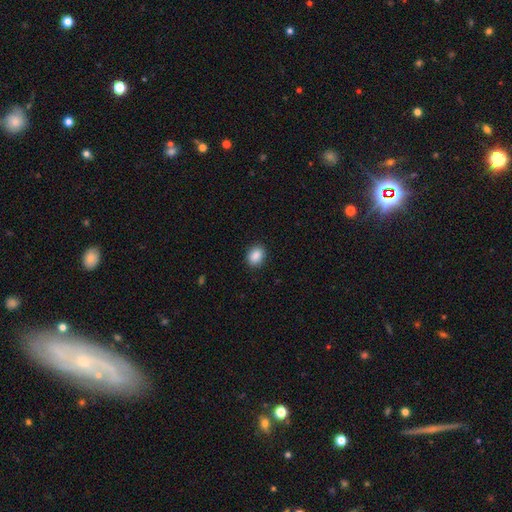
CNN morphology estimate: A smooth galaxy with no disk features (89%) that is in between round and cigar-shaped (60%). Merging: none (90%).